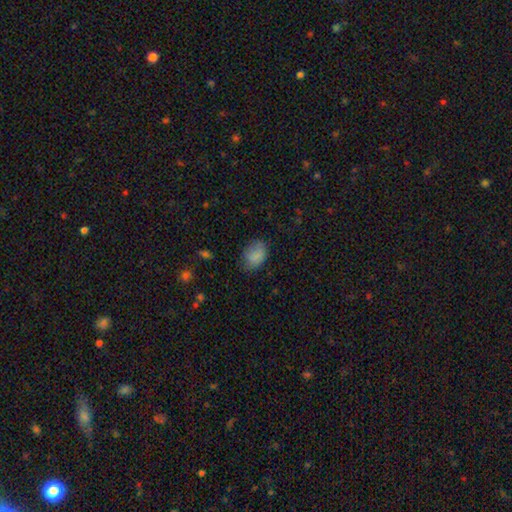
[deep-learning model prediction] Smooth or featured? smooth (83%)
How rounded? in between (71%)
Merging? none (64%)